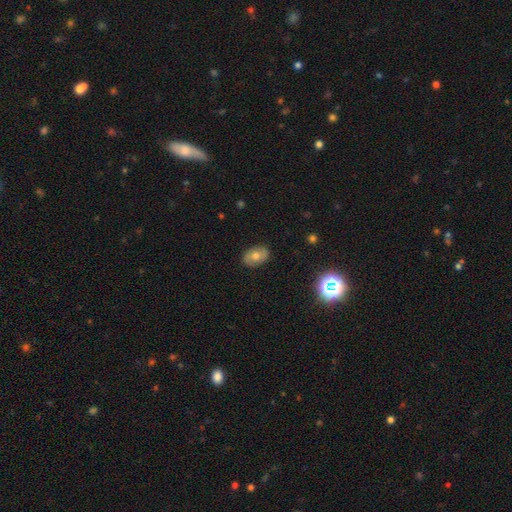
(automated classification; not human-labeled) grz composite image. It shows a smooth galaxy with no disk features (62%) that is in between round and cigar-shaped (82%). Merging: none (86%).